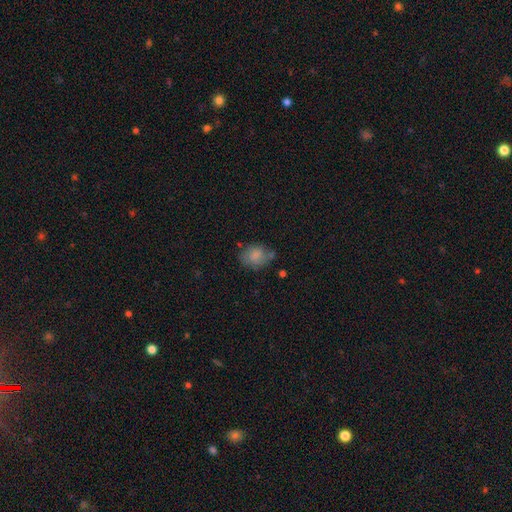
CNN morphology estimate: The model was most divided on "how rounded": in between: 62%, round: 37%, cigar-shaped: 1%. More confident: smooth or featured — smooth (78%); merging — none (56%).